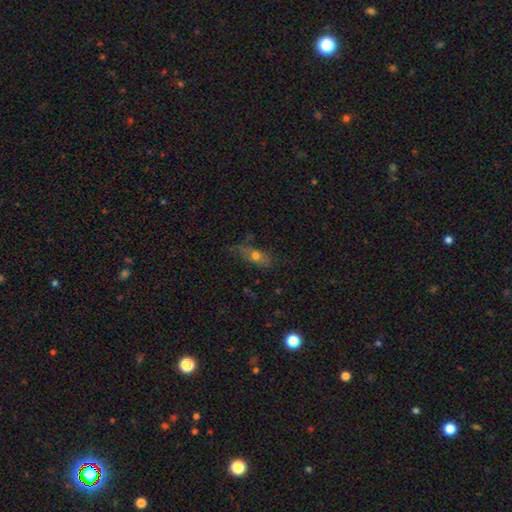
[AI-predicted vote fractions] Smooth or featured?
  - smooth: 63% *
  - featured or disk: 25%
  - star or artifact: 12%
How rounded?
  - in between: 71% *
  - cigar-shaped: 21%
  - round: 8%
Merging?
  - none: 52% *
  - minor disturbance: 29%
  - major disturbance: 14%
  - merger: 5%